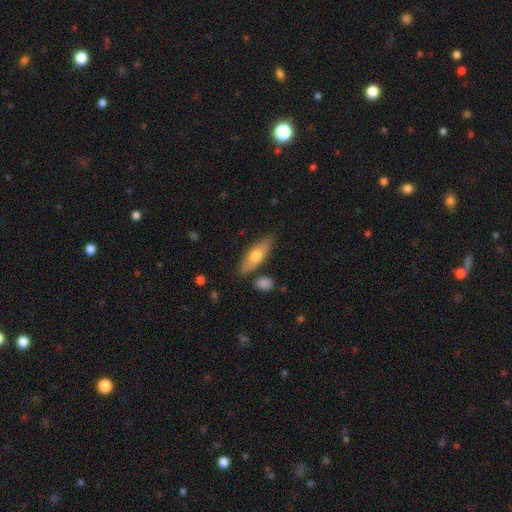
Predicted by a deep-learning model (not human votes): smooth_or_featured: smooth (p=0.62) [alt: featured or disk p=0.32]
how_rounded: in between (p=0.49) [alt: cigar-shaped p=0.48]
merging: none (p=0.82) [alt: minor disturbance p=0.11]